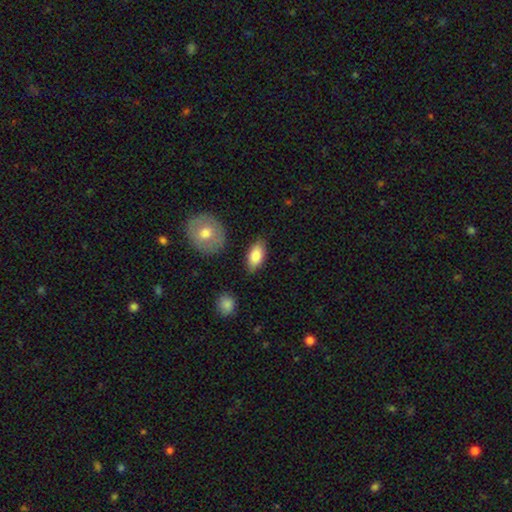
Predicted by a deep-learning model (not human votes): Smooth or featured? Predicted: smooth (p=0.81). How rounded? Predicted: in between (p=0.91). Merging? Predicted: none (p=0.82).